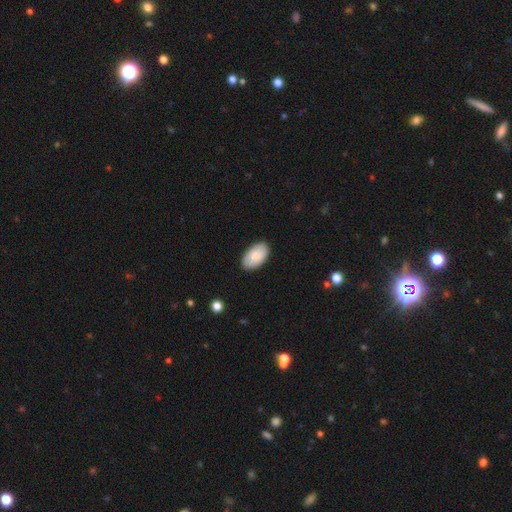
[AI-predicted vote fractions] Overall: smooth (86%). How rounded: in between (95%). Merging: none (87%).